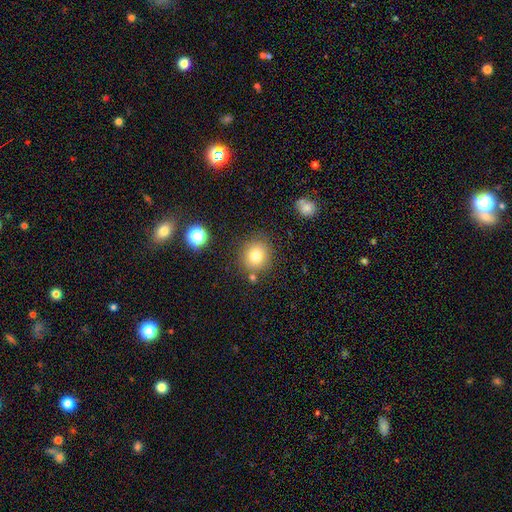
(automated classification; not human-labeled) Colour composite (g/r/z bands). It shows a smooth galaxy with no disk features (78%) that is round (84%). Merging: none (81%).